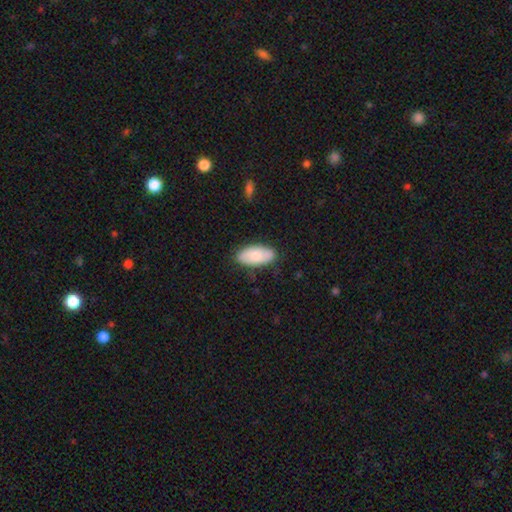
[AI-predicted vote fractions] smooth_or_featured: smooth (p=0.72) [alt: featured or disk p=0.22]
how_rounded: in between (p=0.94) [alt: cigar-shaped p=0.04]
merging: none (p=0.82) [alt: minor disturbance p=0.14]